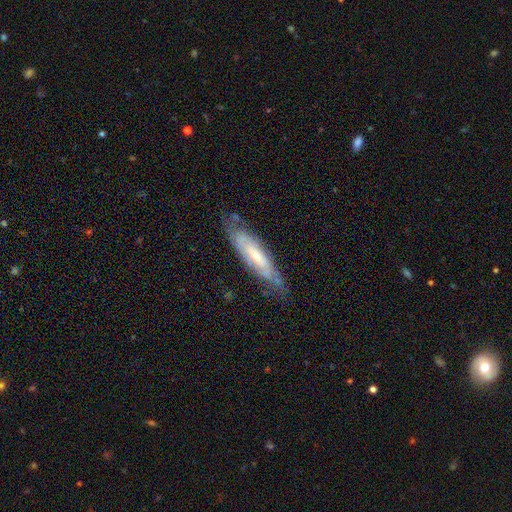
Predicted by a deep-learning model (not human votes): Overall: featured or disk (65%; smooth 29%). Edge-on disk: no (61%; yes 39%). Merging: none (67%).